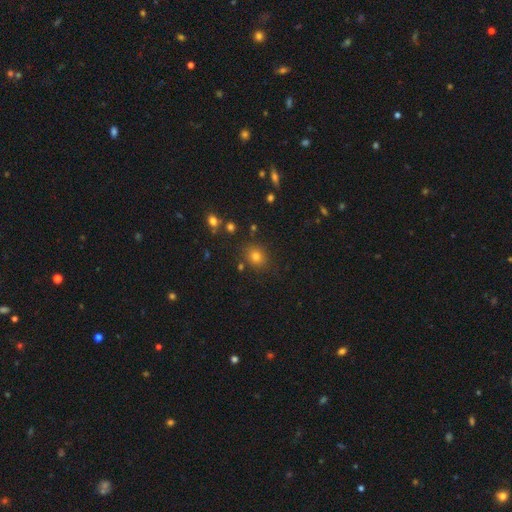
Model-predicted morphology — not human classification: Smooth or featured: smooth — 74% (star or artifact — 18%)
How rounded: round — 68% (in between — 31%)
Merging: none — 84% (minor disturbance — 9%)